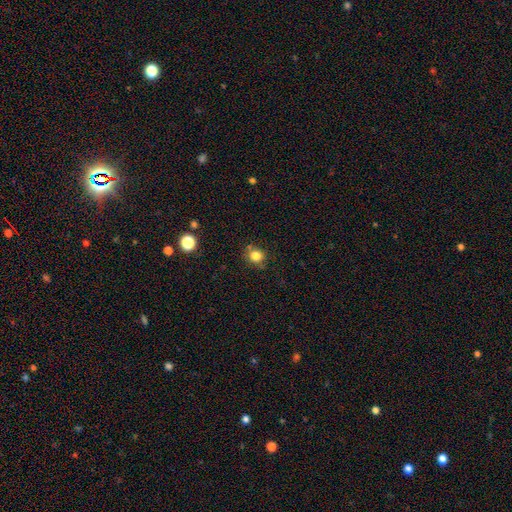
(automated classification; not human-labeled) Q: Smooth or featured?
A: smooth (81%); runner-up: star or artifact (13%)
Q: How rounded?
A: round (81%); runner-up: in between (18%)
Q: Merging?
A: none (75%); runner-up: minor disturbance (15%)